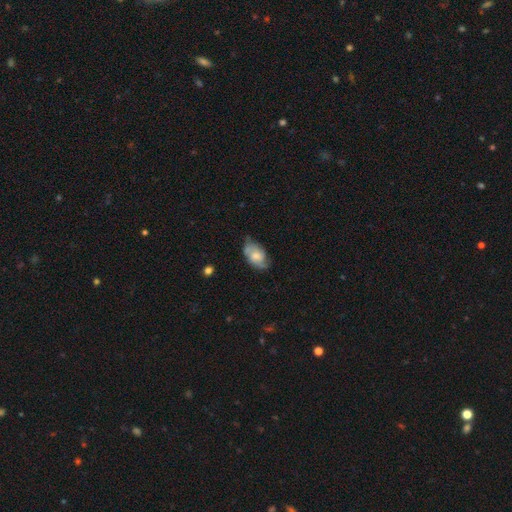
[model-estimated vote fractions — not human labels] smooth_or_featured: featured or disk (p=0.49) [alt: smooth p=0.44]
merging: none (p=0.56) [alt: minor disturbance p=0.31]